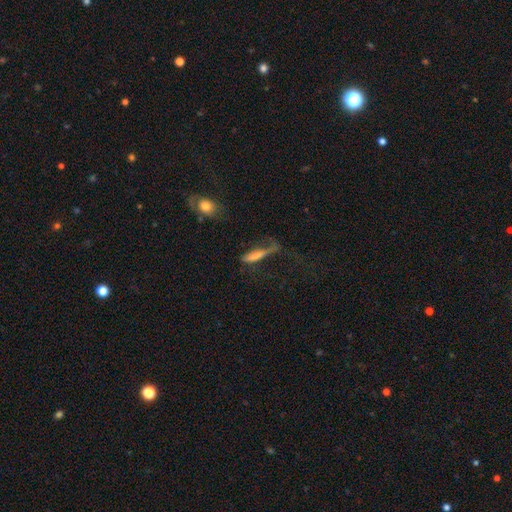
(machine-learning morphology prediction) smooth_or_featured: smooth (p=0.70) [alt: featured or disk p=0.21]
how_rounded: cigar-shaped (p=0.78) [alt: in between p=0.19]
merging: none (p=0.37) [alt: major disturbance p=0.33]